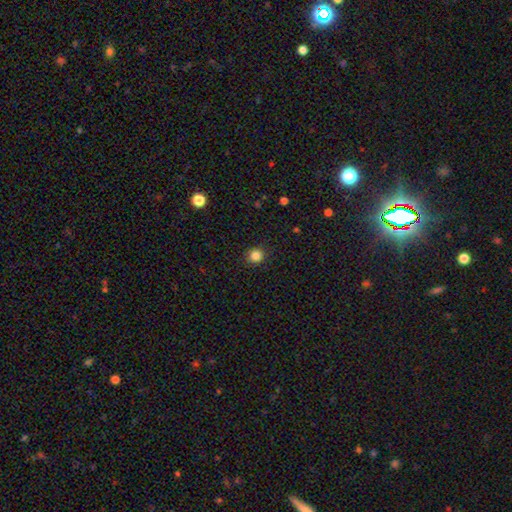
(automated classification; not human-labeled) Smooth or featured? smooth (84%)
How rounded? round (89%)
Merging? none (91%)